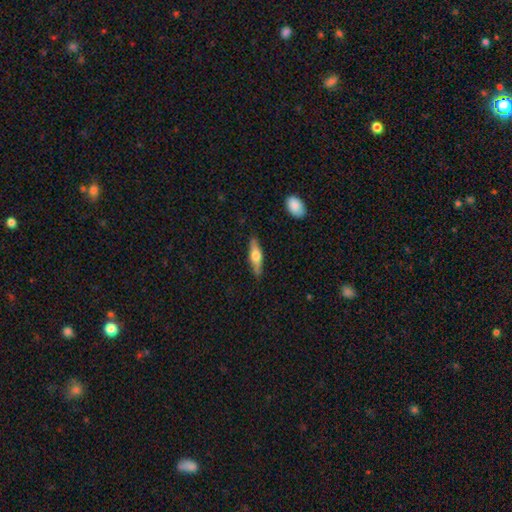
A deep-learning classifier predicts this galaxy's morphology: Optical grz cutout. It shows a smooth galaxy with no disk features (49%). Merging: none (84%).